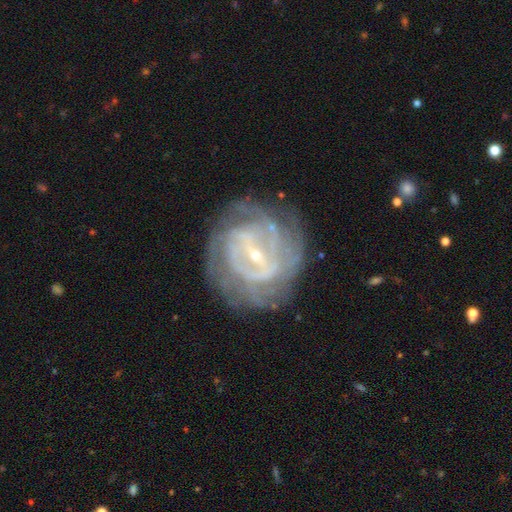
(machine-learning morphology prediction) The model was most divided on "bar": strong: 47%, weak: 38%, no: 15%. Remaining: edge-on disk — no (96%); spiral arms — yes (90%); smooth or featured — featured or disk (87%); bulge size — small (81%); merging — none (75%); spiral winding — tight (66%); spiral arm count — can't tell (38%).